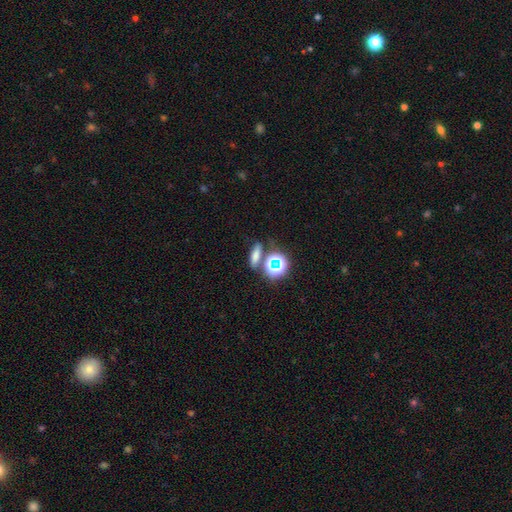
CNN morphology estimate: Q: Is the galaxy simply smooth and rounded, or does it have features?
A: smooth — 61%.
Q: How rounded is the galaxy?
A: in between — 43%.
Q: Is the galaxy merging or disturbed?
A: none — 68%.